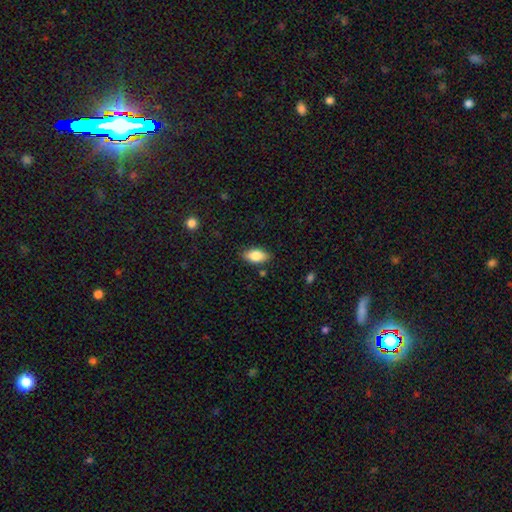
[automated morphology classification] Overall: smooth (83%). How rounded: in between (91%). Merging: none (84%).